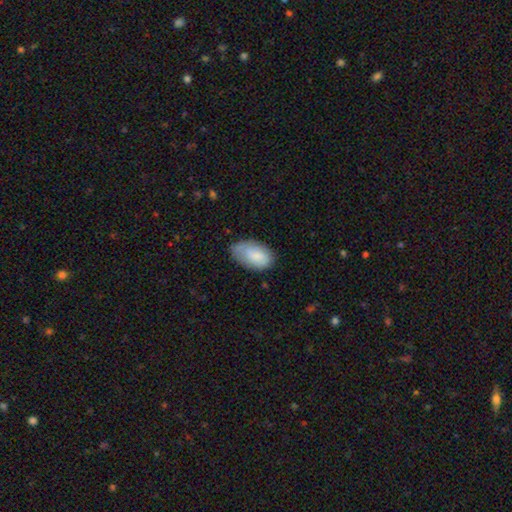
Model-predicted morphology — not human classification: Q: Smooth or featured?
A: smooth (80%); runner-up: featured or disk (14%)
Q: How rounded?
A: in between (94%); runner-up: round (4%)
Q: Merging?
A: none (55%); runner-up: minor disturbance (33%)